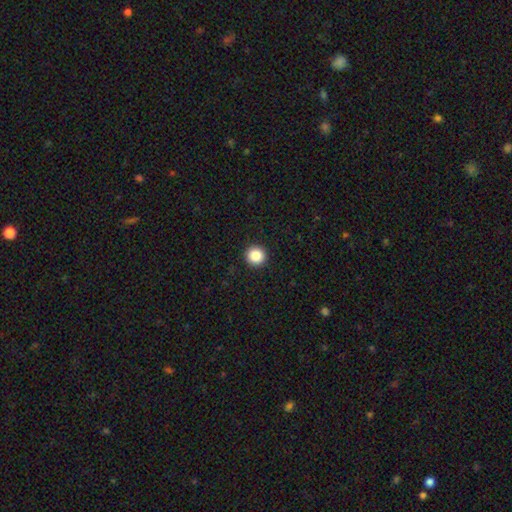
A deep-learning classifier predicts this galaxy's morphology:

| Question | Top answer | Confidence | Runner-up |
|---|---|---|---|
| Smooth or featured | smooth | 87% | star or artifact (10%) |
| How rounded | round | 95% | in between (4%) |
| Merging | none | 93% | minor disturbance (4%) |